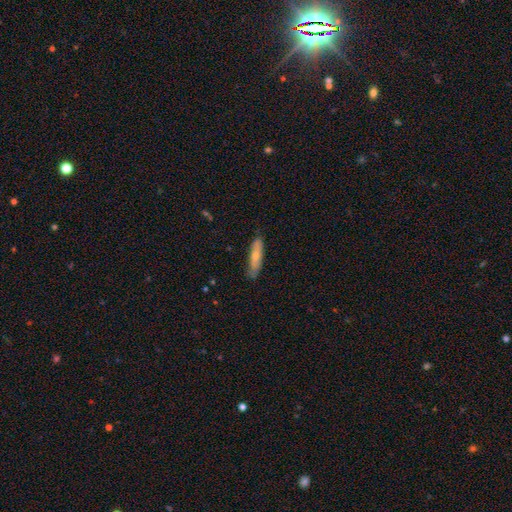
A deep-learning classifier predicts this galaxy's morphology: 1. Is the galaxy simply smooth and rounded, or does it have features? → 64% smooth, 30% featured or disk, 6% star or artifact.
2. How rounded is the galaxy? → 74% cigar-shaped, 25% in between, 2% round.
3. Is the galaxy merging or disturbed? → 78% none, 18% minor disturbance, 3% major disturbance, 1% merger.